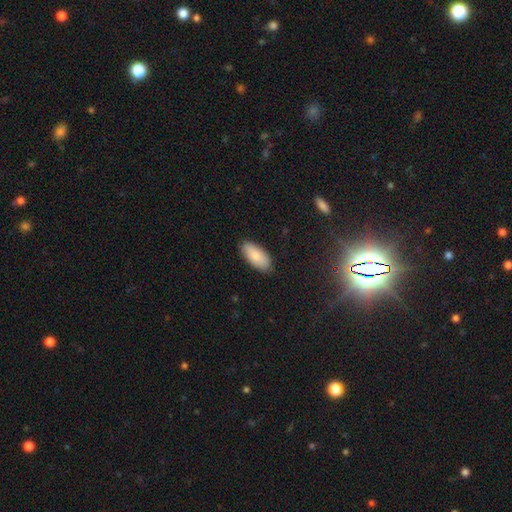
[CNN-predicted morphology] A smooth galaxy with no disk features (84%) that is in between round and cigar-shaped (91%). Merging: none (85%).